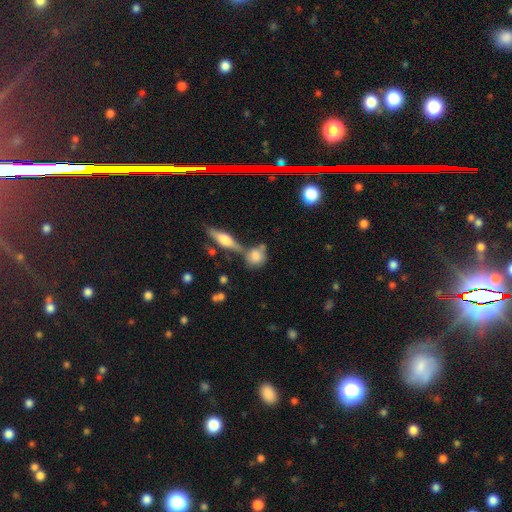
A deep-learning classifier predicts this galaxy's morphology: Smooth or featured? Predicted: smooth (p=0.73). How rounded? Predicted: round (p=0.63). Merging? Predicted: none (p=0.51).